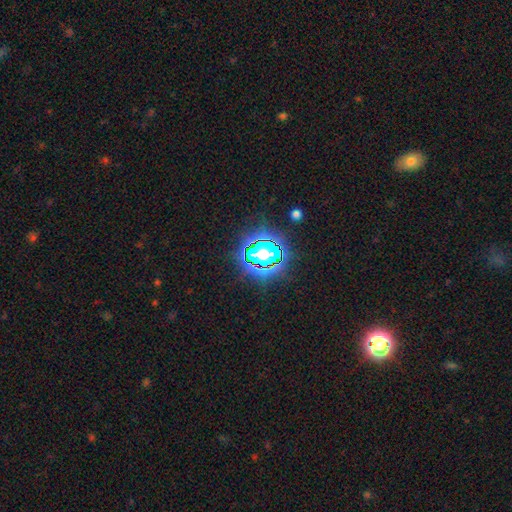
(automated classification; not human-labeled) A star or artifact, not a galaxy (80%).

Vote fractions:
- Smooth or featured? star or artifact: 80% / smooth: 13% / featured or disk: 7%